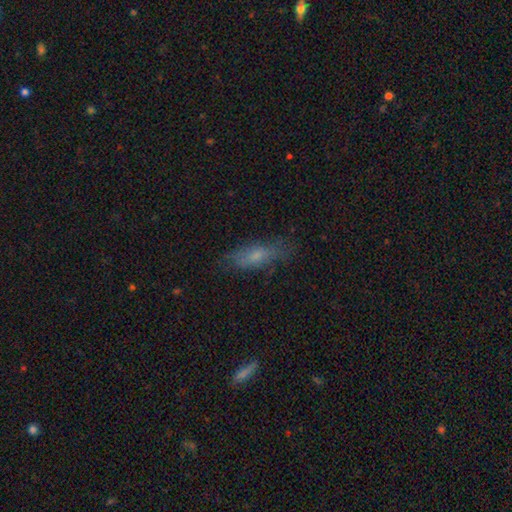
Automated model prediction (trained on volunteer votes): Smooth or featured?
  - smooth: 60% *
  - featured or disk: 30%
  - star or artifact: 10%
How rounded?
  - in between: 49% *
  - cigar-shaped: 48%
  - round: 3%
Merging?
  - none: 73% *
  - minor disturbance: 19%
  - major disturbance: 7%
  - merger: 2%